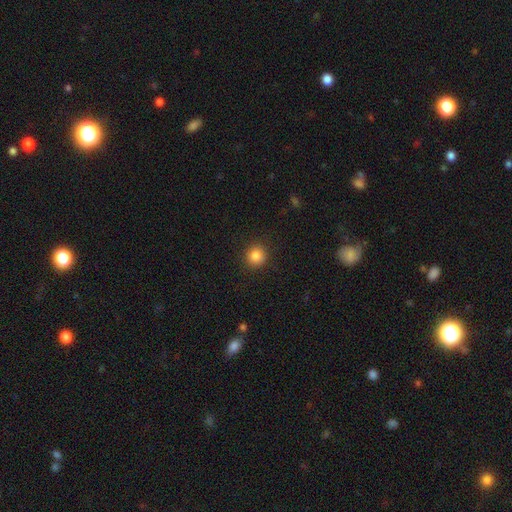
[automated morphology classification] Smooth or featured: smooth — 85% (star or artifact — 11%)
How rounded: round — 92% (in between — 7%)
Merging: none — 91% (minor disturbance — 6%)